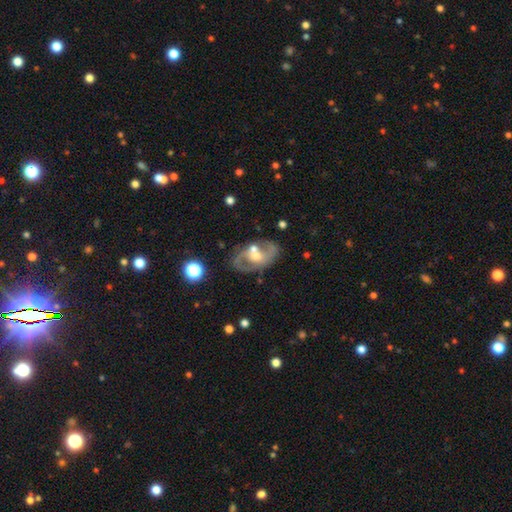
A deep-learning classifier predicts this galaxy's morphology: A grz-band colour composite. It shows a featured or disk galaxy (79%) with no bar (48%), 2 (85%) medium (52%) spiral arms (82%) and a moderate central bulge (63%). Merging: none (65%).